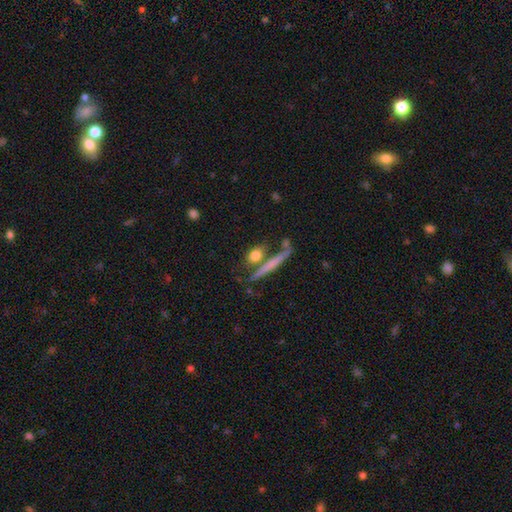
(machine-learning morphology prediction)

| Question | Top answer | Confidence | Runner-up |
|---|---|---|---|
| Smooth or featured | smooth | 70% | featured or disk (21%) |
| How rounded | cigar-shaped | 42% | in between (30%) |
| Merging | none | 64% | merger (18%) |